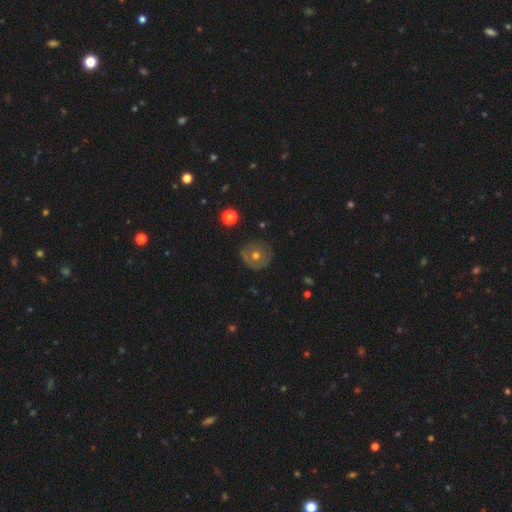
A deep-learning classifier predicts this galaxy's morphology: Q: Smooth or featured?
A: smooth (48%); runner-up: featured or disk (40%)
Q: Merging?
A: none (78%); runner-up: minor disturbance (15%)